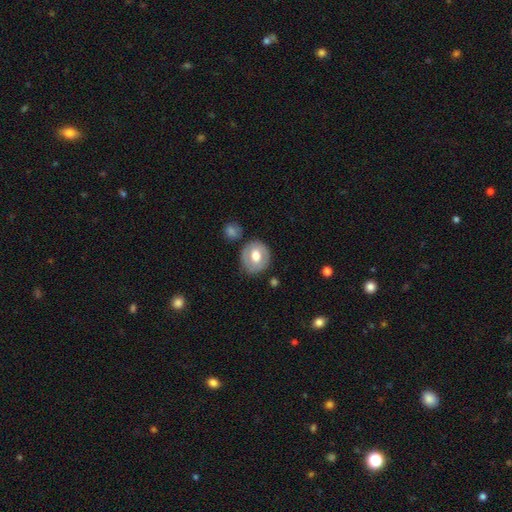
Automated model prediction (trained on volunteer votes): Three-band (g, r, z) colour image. It shows a smooth galaxy with no disk features (56%) that is round (76%). Merging: none (77%).